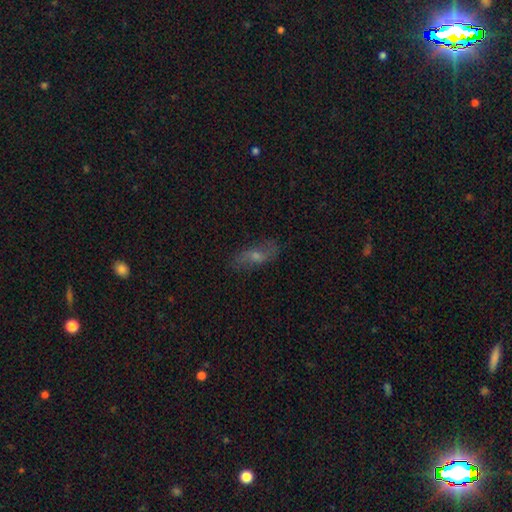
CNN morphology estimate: smooth_or_featured: featured or disk (p=0.53) [alt: smooth p=0.34]
disk_edge_on: no (p=0.80) [alt: yes p=0.20]
merging: none (p=0.78) [alt: minor disturbance p=0.15]